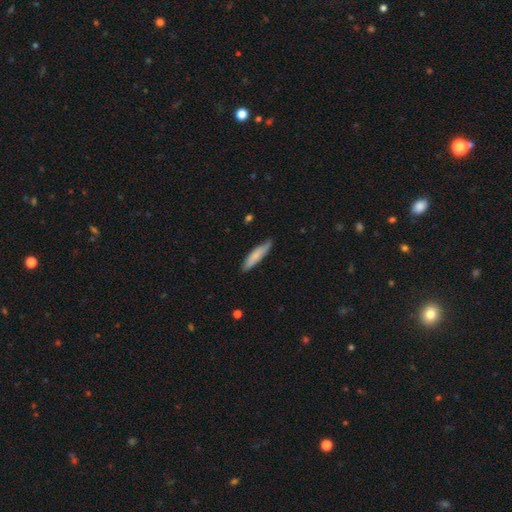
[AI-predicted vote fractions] This appears to be a smooth galaxy with no disk features (75%) that is cigar-shaped (81%). Merging: none (80%).